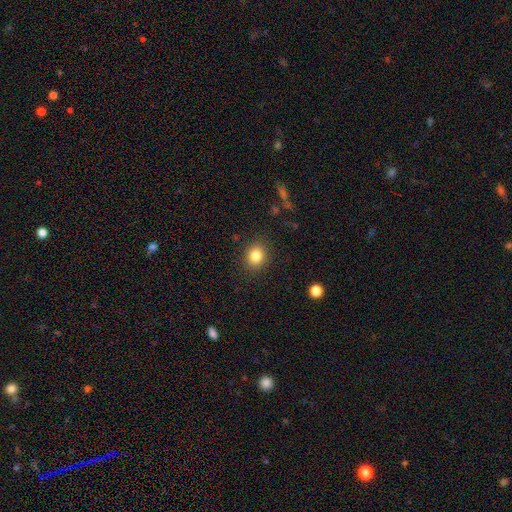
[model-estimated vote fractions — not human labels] Smooth or featured: smooth — 83% (star or artifact — 11%)
How rounded: round — 65% (in between — 34%)
Merging: none — 88% (minor disturbance — 8%)